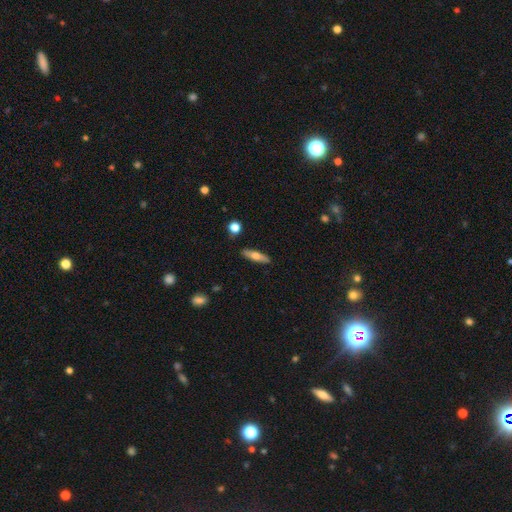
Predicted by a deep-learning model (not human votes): Overall: smooth (57%; featured or disk 36%). How rounded: cigar-shaped (67%; in between 30%). Merging: none (88%).